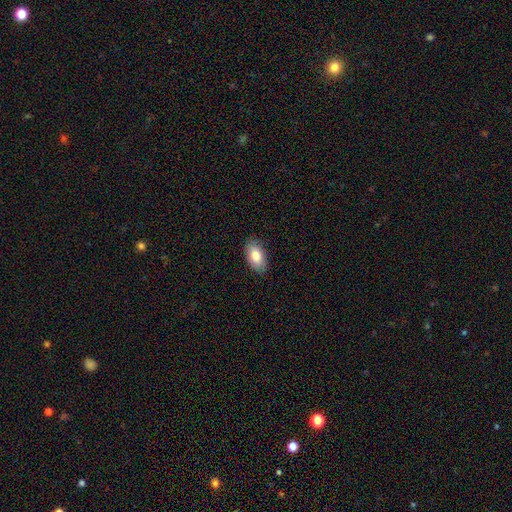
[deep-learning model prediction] smooth_or_featured: smooth (p=0.81) [alt: featured or disk p=0.12]
how_rounded: in between (p=0.93) [alt: round p=0.05]
merging: none (p=0.86) [alt: minor disturbance p=0.11]